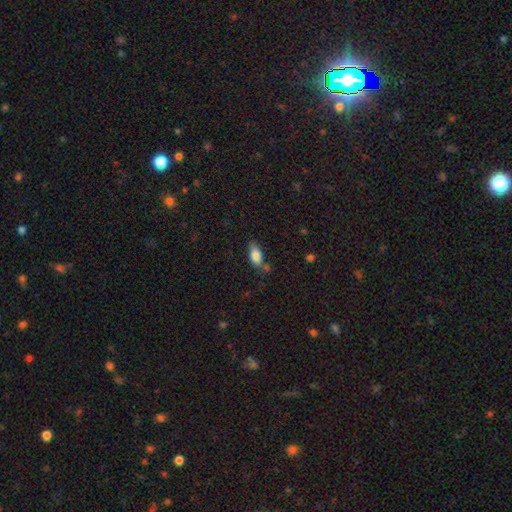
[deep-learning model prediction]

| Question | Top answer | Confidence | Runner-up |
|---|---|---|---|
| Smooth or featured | smooth | 82% | featured or disk (10%) |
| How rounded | in between | 87% | cigar-shaped (9%) |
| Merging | none | 64% | minor disturbance (22%) |